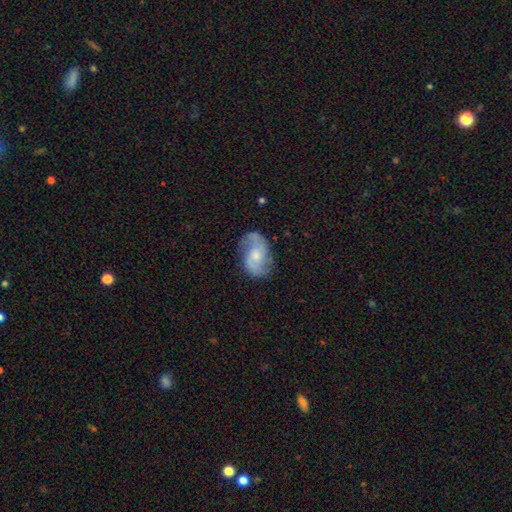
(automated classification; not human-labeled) The model was most divided on "bulge size": small: 46%, moderate: 43%, none: 6%, large: 4%, dominant: 1%. Remaining: edge-on disk — no (97%); spiral arms — yes (94%); spiral arm count — 2 (88%); smooth or featured — featured or disk (76%); merging — none (70%); bar — no (60%); spiral winding — medium (48%).